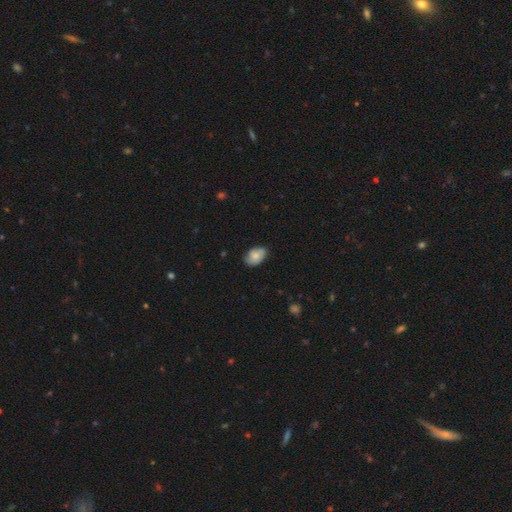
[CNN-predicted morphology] The model was most divided on "smooth or featured": smooth: 70%, featured or disk: 23%, star or artifact: 8%. More confident: how rounded — in between (85%); merging — none (72%).